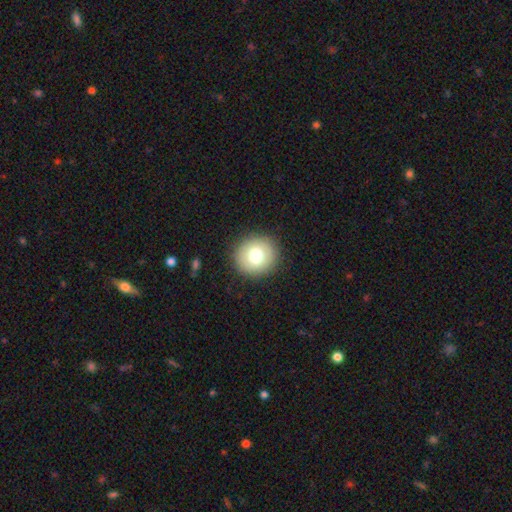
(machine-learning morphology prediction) A smooth galaxy with no disk features (76%) that is round (89%). Merging: none (91%).